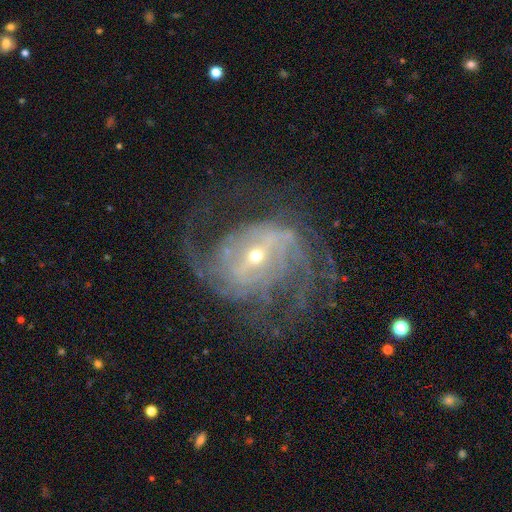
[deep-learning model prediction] A featured or disk galaxy (89%) with a strong bar (45%), 2 (45%) medium (46%) spiral arms (95%) and a small central bulge (67%). Merging: none (63%).